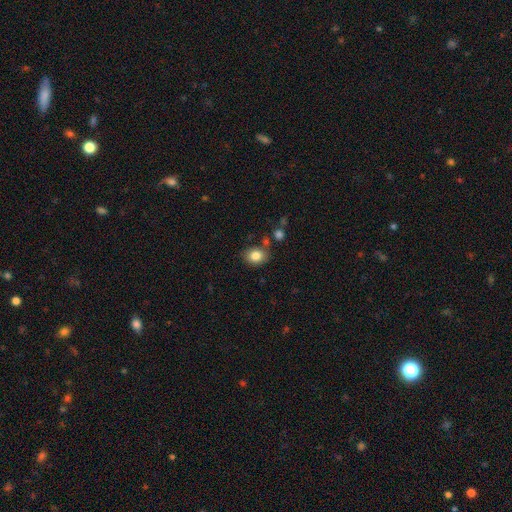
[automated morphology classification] The model was most divided on "how rounded": in between: 51%, round: 48%, cigar-shaped: 1%. More confident: smooth or featured — smooth (83%); merging — none (76%).